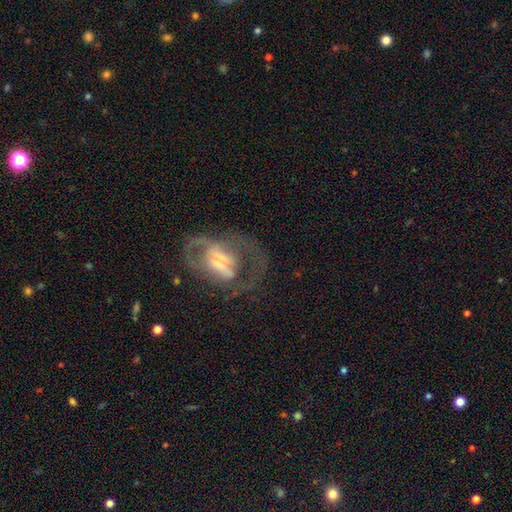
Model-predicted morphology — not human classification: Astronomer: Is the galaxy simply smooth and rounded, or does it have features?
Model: featured or disk — 68%.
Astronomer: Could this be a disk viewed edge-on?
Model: no — 95%.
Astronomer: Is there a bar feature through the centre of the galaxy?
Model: no — 55% (runner-up: weak, 33%).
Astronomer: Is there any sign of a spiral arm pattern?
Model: yes — 64%.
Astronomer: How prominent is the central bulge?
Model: moderate — 40% (runner-up: small, 28%).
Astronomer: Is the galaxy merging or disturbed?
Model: none — 54%.